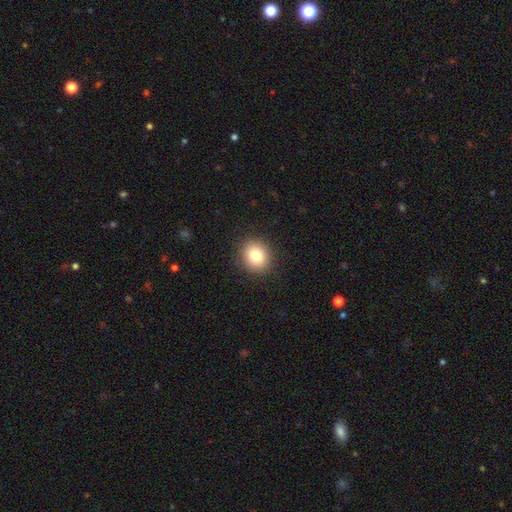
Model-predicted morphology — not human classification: smooth_or_featured: smooth (p=0.81) [alt: star or artifact p=0.10]
how_rounded: round (p=0.77) [alt: in between p=0.22]
merging: none (p=0.90) [alt: minor disturbance p=0.06]